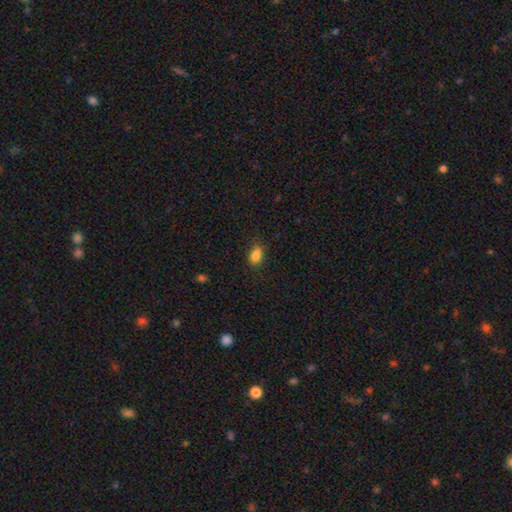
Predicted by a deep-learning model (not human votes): Smooth or featured? Predicted: smooth (p=0.83). How rounded? Predicted: in between (p=0.76). Merging? Predicted: none (p=0.71).